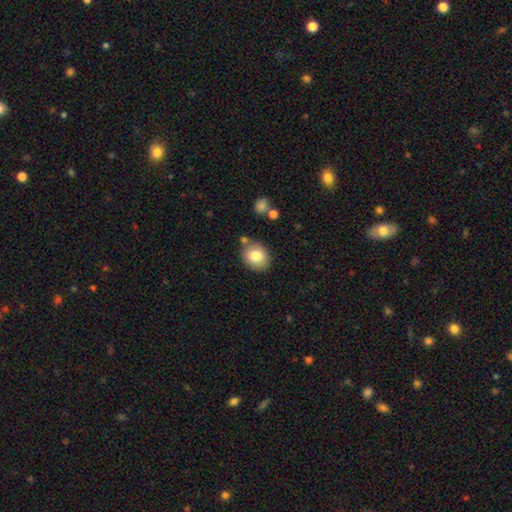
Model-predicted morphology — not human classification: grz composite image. It shows a smooth galaxy with no disk features (80%) that is round (57%). Merging: none (79%).